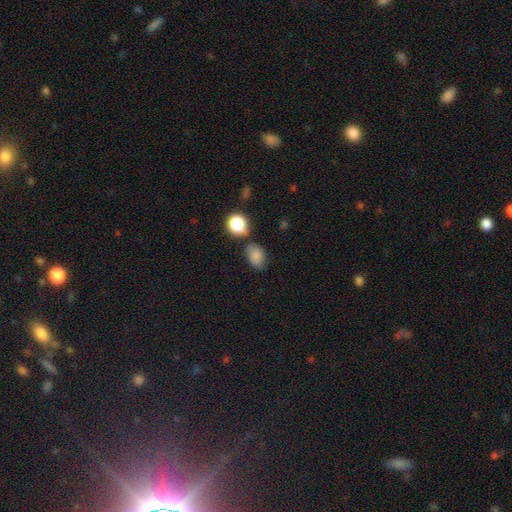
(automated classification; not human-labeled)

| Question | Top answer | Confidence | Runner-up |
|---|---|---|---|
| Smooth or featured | smooth | 80% | star or artifact (13%) |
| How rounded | in between | 75% | round (23%) |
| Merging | none | 58% | minor disturbance (23%) |